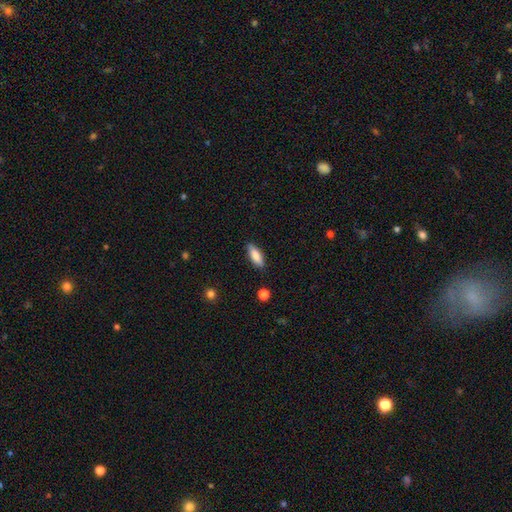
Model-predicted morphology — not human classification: A smooth galaxy with no disk features (82%) that is in between round and cigar-shaped (58%).

Vote fractions:
- Smooth or featured? smooth: 82% / featured or disk: 11% / star or artifact: 6%
- How rounded? in between: 58% / cigar-shaped: 40% / round: 2%
- Merging? none: 88% / minor disturbance: 9% / major disturbance: 2% / merger: 1%